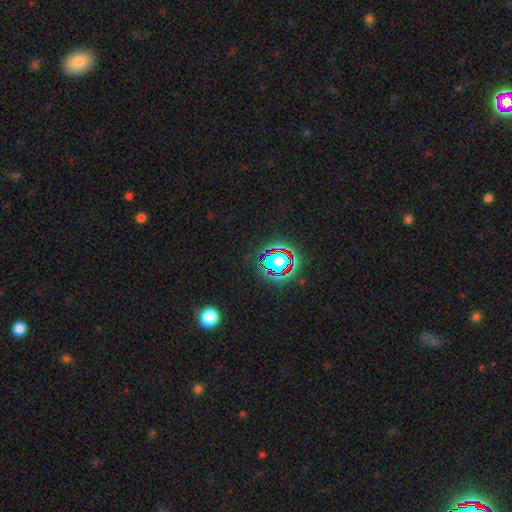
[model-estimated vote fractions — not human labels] This appears to be a star or artifact, not a galaxy (78%).